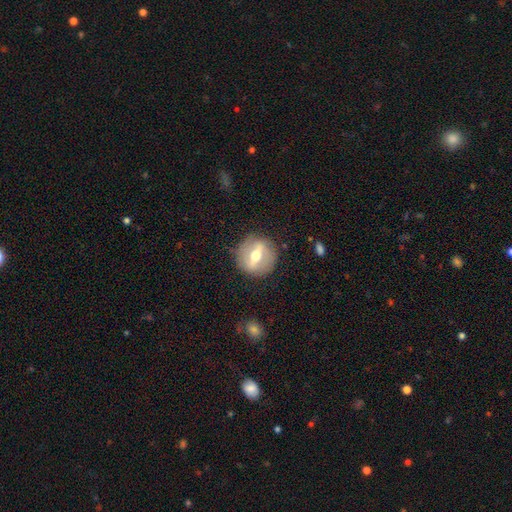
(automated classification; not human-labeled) Smooth or featured? Predicted: featured or disk (p=0.66). Edge-on disk? Predicted: no (p=0.70). Merging? Predicted: none (p=0.83).